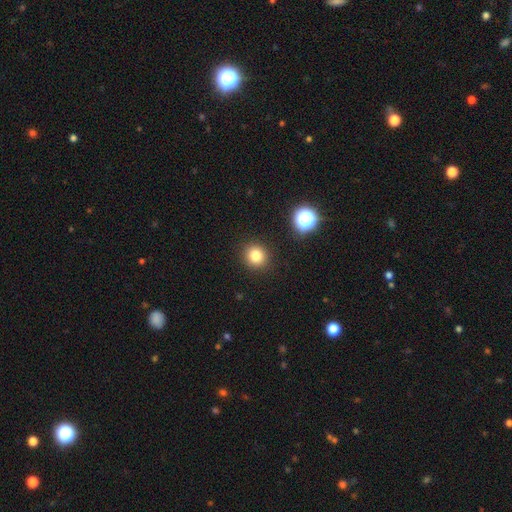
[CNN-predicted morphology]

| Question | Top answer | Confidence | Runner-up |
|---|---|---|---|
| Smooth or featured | smooth | 81% | star or artifact (13%) |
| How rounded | round | 90% | in between (9%) |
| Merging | none | 91% | minor disturbance (5%) |